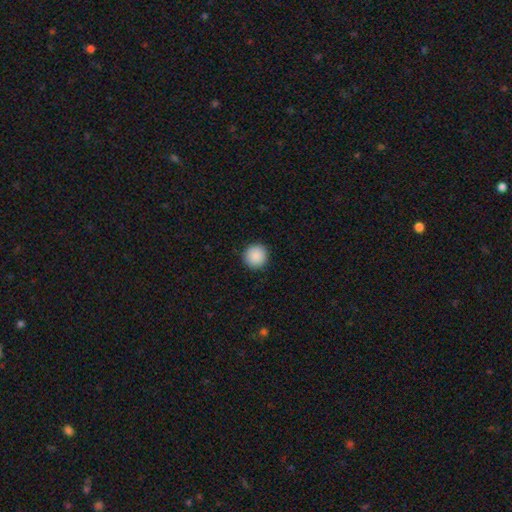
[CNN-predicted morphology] Overall: smooth (89%). How rounded: round (95%). Merging: none (92%).